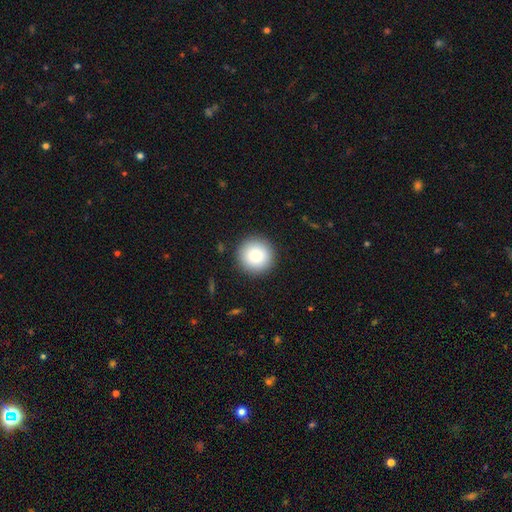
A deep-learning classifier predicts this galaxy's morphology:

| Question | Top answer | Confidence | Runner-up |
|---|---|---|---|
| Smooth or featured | smooth | 86% | star or artifact (8%) |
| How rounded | round | 95% | in between (4%) |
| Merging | none | 92% | minor disturbance (5%) |